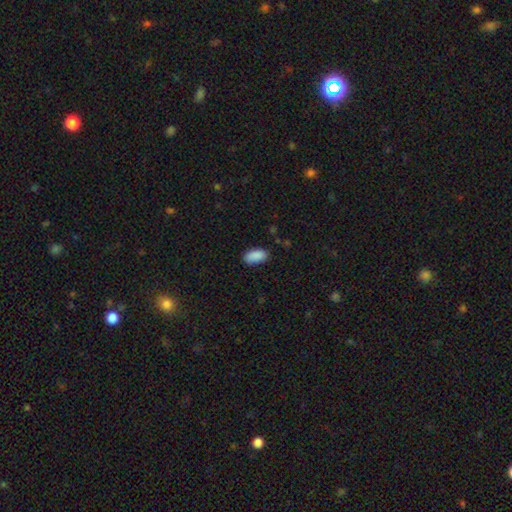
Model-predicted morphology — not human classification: A smooth galaxy with no disk features (90%) that is in between round and cigar-shaped (94%).

Vote fractions:
- Smooth or featured? smooth: 90% / star or artifact: 7% / featured or disk: 3%
- How rounded? in between: 94% / cigar-shaped: 4% / round: 2%
- Merging? none: 84% / minor disturbance: 12% / major disturbance: 2% / merger: 1%